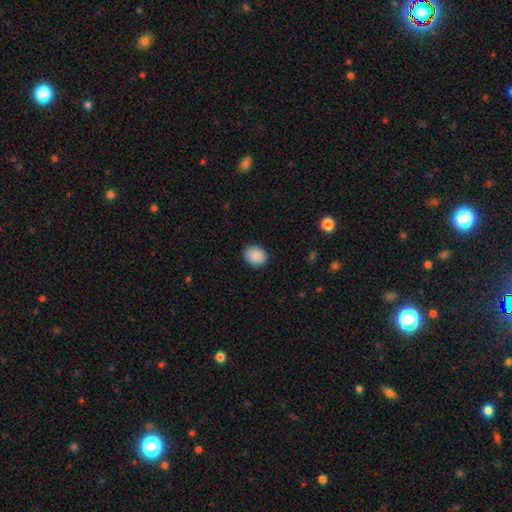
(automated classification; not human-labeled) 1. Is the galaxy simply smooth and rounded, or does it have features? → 89% smooth, 8% star or artifact, 3% featured or disk.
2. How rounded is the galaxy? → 50% round, 49% in between, 1% cigar-shaped.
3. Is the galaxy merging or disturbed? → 88% none, 9% minor disturbance, 2% major disturbance, 1% merger.